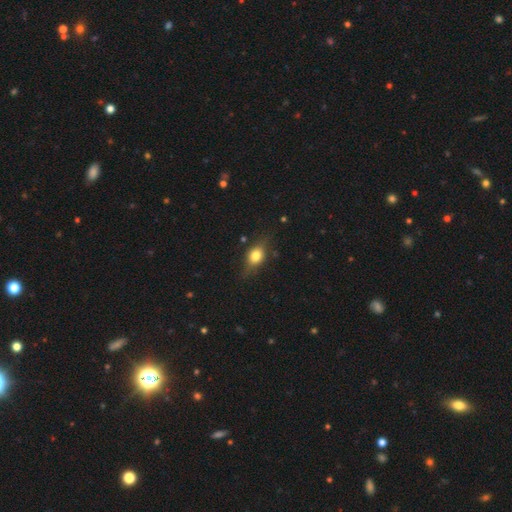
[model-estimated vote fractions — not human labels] A smooth galaxy with no disk features (68%) that is in between round and cigar-shaped (66%).

Vote fractions:
- Smooth or featured? smooth: 68% / featured or disk: 22% / star or artifact: 10%
- How rounded? in between: 66% / round: 27% / cigar-shaped: 7%
- Merging? none: 71% / minor disturbance: 21% / major disturbance: 6% / merger: 2%